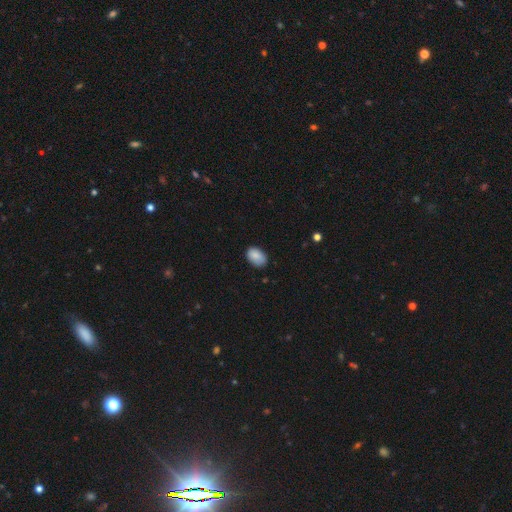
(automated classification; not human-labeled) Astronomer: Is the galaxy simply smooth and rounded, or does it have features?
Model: smooth — 87%.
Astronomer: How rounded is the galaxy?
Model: in between — 87%.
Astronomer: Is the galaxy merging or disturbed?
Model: none — 76%.